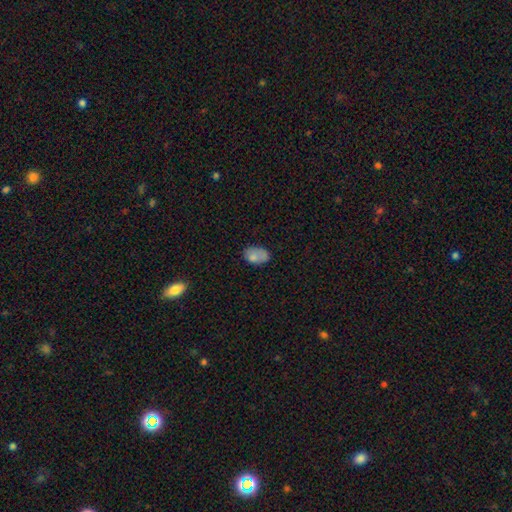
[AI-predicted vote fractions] Smooth or featured? Predicted: smooth (p=0.78). How rounded? Predicted: in between (p=0.88). Merging? Predicted: none (p=0.58).